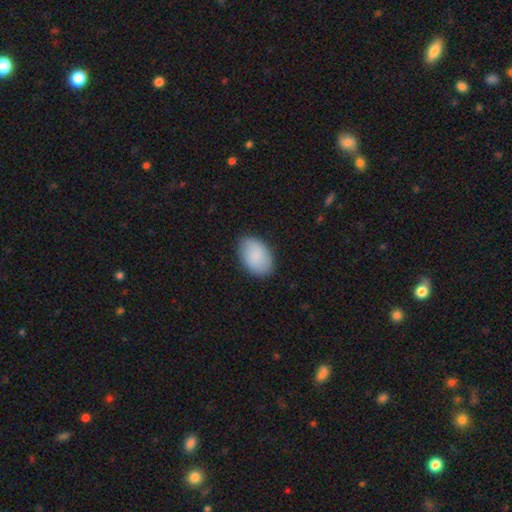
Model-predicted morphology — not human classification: smooth 89%, star or artifact 6%, featured or disk 6%. Down the decision tree: how rounded — in between (90%); merging — none (86%).